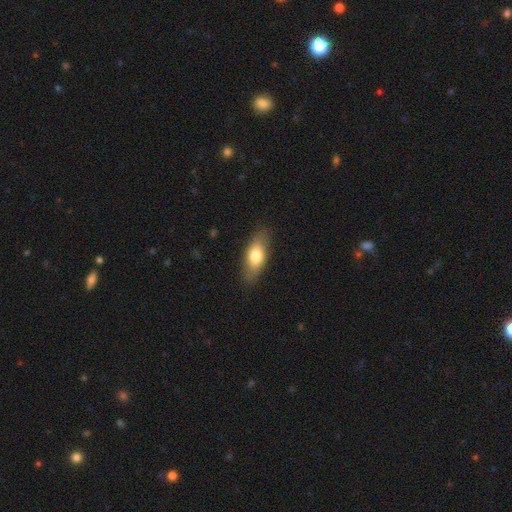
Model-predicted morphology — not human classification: smooth-or-featured: smooth: 75% | featured or disk: 19% | star or artifact: 6%
  how-rounded: in between: 78% | cigar-shaped: 19% | round: 3%
  merging: none: 84% | minor disturbance: 12% | major disturbance: 3% | merger: 1%